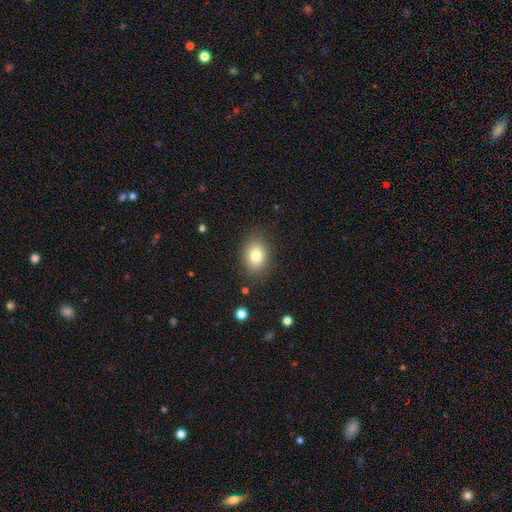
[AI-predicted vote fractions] Morphology: type=smooth (79%); roundness=in between (62%); merging=none (84%).